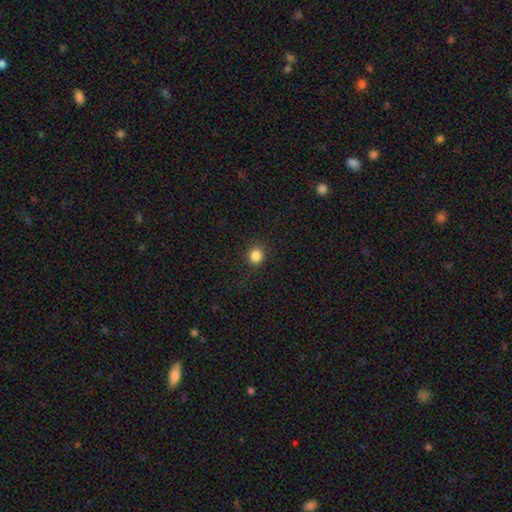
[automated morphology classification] Smooth or featured? smooth (85%)
How rounded? round (89%)
Merging? none (89%)